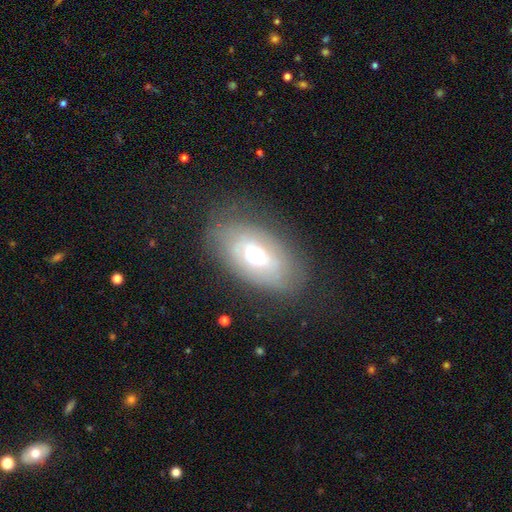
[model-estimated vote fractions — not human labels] A featured or disk galaxy (54%).

Vote fractions:
- Smooth or featured? featured or disk: 54% / smooth: 37% / star or artifact: 9%
- Edge-on disk? no: 89% / yes: 11%
- Merging? none: 73% / minor disturbance: 18% / major disturbance: 7% / merger: 1%